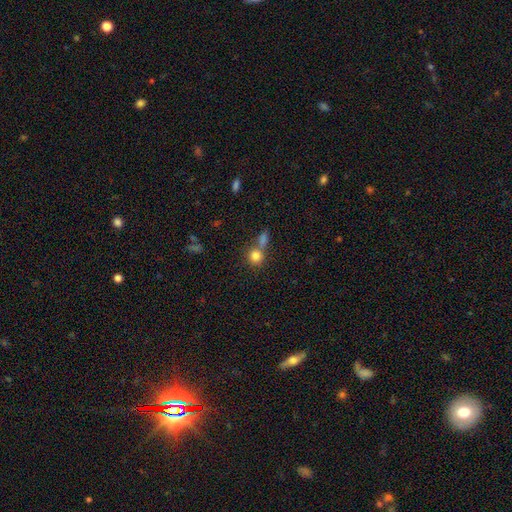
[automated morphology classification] Overall: smooth (81%). How rounded: round (87%). Merging: none (51%; merger 37%).